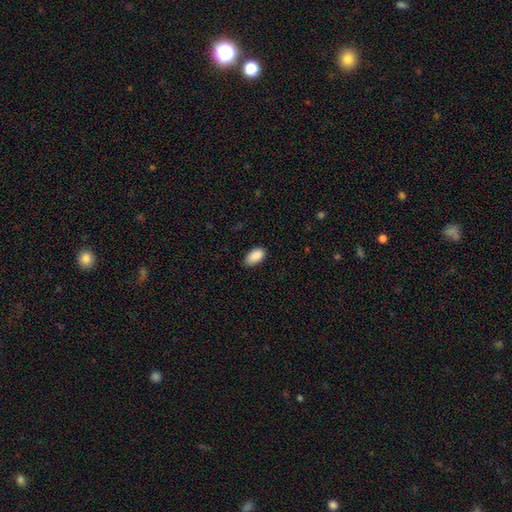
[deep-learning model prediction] This is clearly a smooth galaxy (90%). How rounded: clearly in between (94%). Merging: likely none (77%).